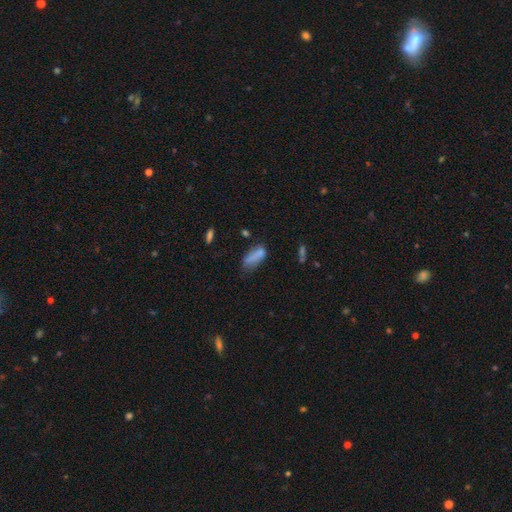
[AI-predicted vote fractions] A smooth galaxy with no disk features (75%) that is in between round and cigar-shaped (76%).

Vote fractions:
- Smooth or featured? smooth: 75% / featured or disk: 14% / star or artifact: 11%
- How rounded? in between: 76% / cigar-shaped: 21% / round: 3%
- Merging? none: 39% / minor disturbance: 32% / major disturbance: 20% / merger: 9%